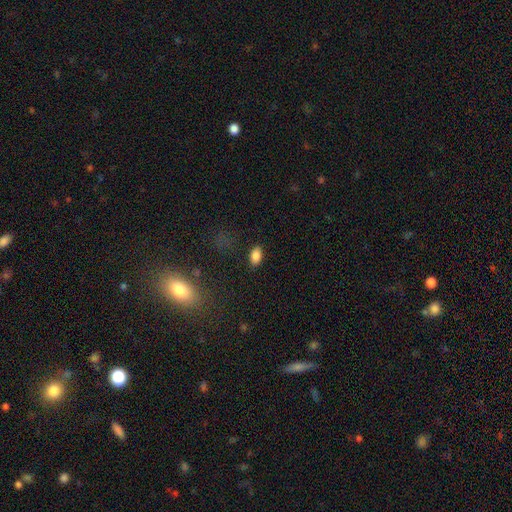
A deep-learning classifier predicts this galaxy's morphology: Smooth or featured? Predicted: smooth (p=0.85). How rounded? Predicted: in between (p=0.90). Merging? Predicted: none (p=0.86).